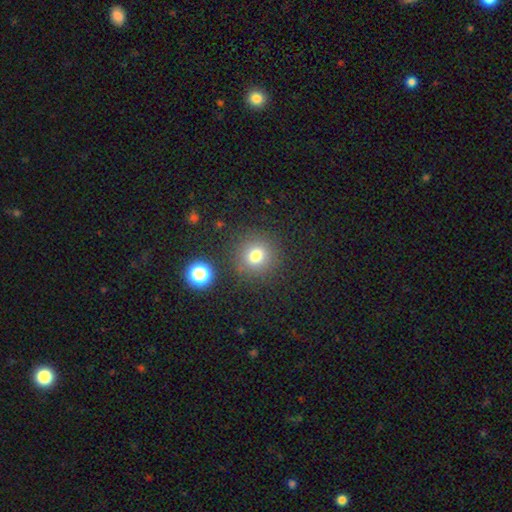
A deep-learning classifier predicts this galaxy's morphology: type=smooth (76%); roundness=round (91%); merging=none (85%).